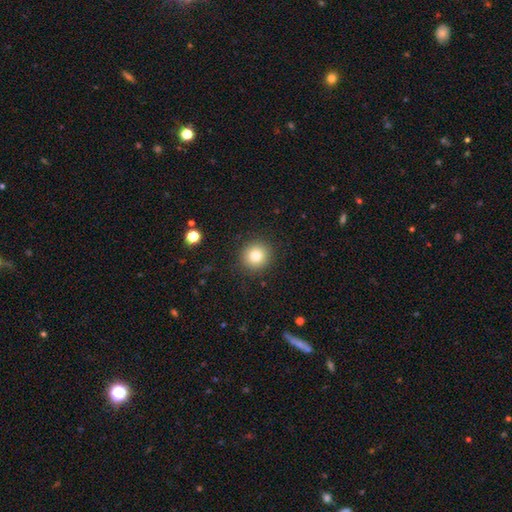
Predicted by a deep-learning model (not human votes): Smooth or featured? Predicted: smooth (p=0.80). How rounded? Predicted: round (p=0.92). Merging? Predicted: none (p=0.90).